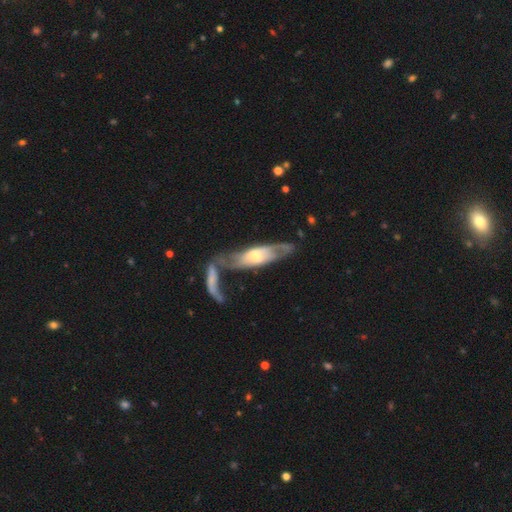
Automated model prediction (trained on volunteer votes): Smooth or featured: featured or disk — 65% (smooth — 30%)
Edge-on disk: no — 61% (yes — 39%)
Merging: none — 40% (merger — 30%)